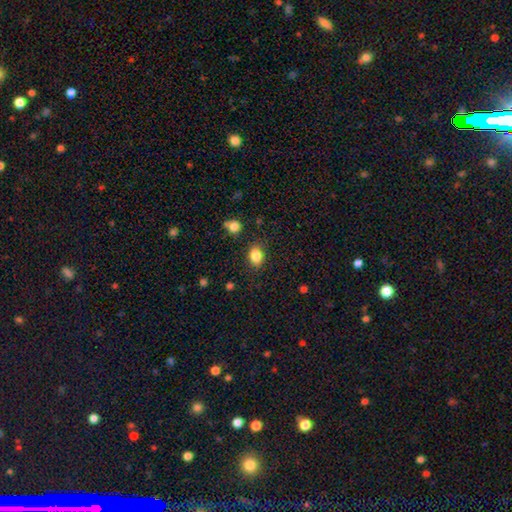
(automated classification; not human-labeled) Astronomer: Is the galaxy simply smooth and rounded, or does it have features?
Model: smooth — 85%.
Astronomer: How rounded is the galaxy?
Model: in between — 70%.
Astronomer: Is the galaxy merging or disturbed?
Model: none — 81%.